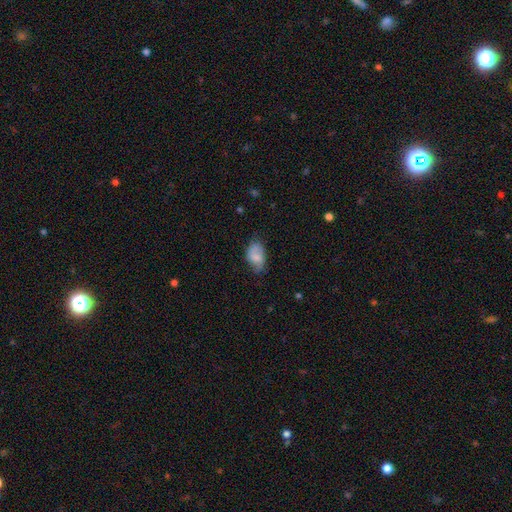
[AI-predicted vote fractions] The model was most divided on "merging": none: 58%, minor disturbance: 32%, major disturbance: 9%, merger: 2%. More confident: how rounded — in between (90%); smooth or featured — smooth (69%).